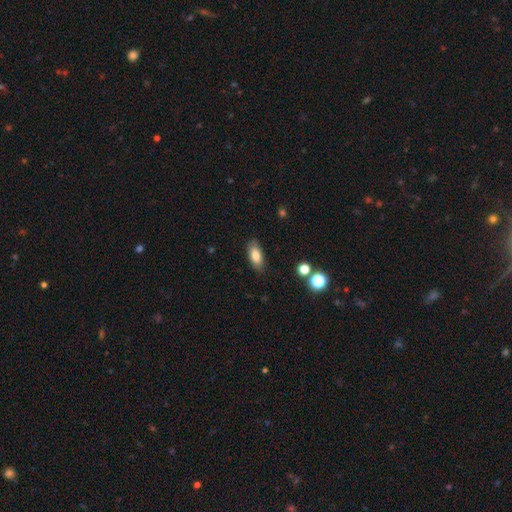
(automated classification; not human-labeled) The model was most divided on "smooth or featured": smooth: 79%, featured or disk: 13%, star or artifact: 8%. More confident: how rounded — in between (86%); merging — none (83%).